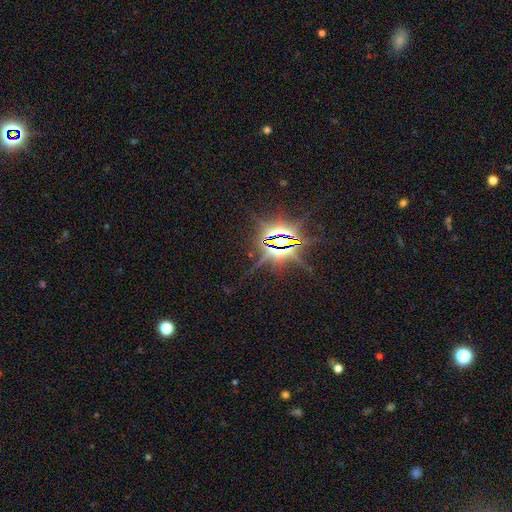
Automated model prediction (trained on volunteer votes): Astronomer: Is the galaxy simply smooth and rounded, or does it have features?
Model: star or artifact — 86%.